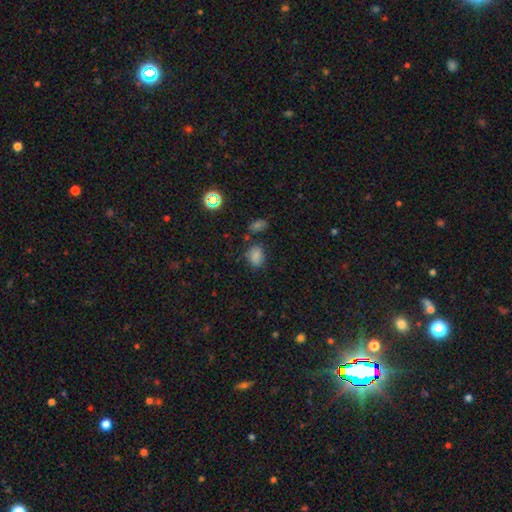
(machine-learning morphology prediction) type=smooth (75%); roundness=in between (58%); merging=none (69%).